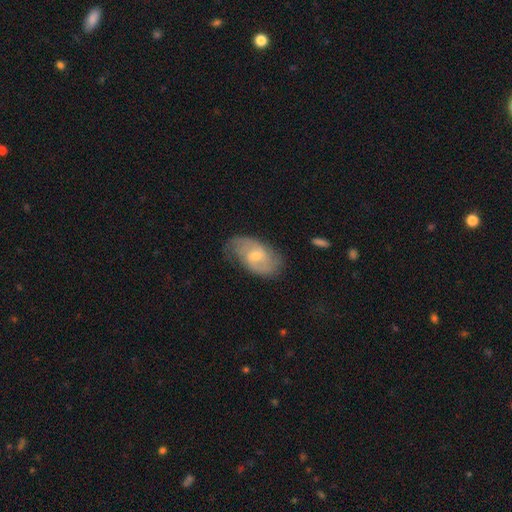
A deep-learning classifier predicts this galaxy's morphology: The model was most divided on "bulge size": small: 48%, moderate: 47%, none: 2%, large: 2%, dominant: 1%. Remaining: edge-on disk — no (95%); spiral arms — yes (88%); smooth or featured — featured or disk (68%); spiral arm count — 2 (68%); merging — none (67%); bar — weak (51%); spiral winding — medium (43%).